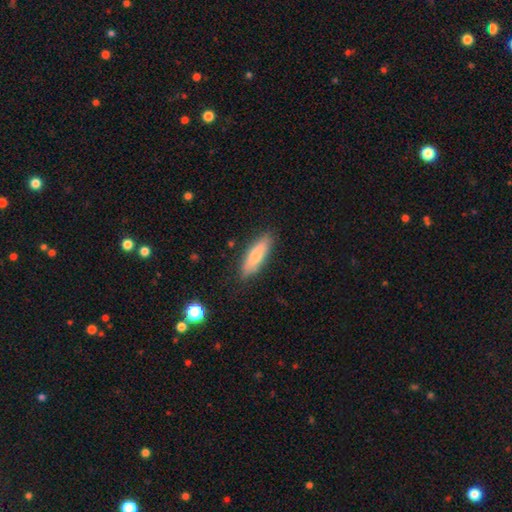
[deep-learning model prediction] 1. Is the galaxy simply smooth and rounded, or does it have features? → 74% smooth, 20% featured or disk, 6% star or artifact.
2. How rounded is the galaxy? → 56% cigar-shaped, 42% in between, 2% round.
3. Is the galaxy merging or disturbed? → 83% none, 13% minor disturbance, 3% major disturbance, 1% merger.